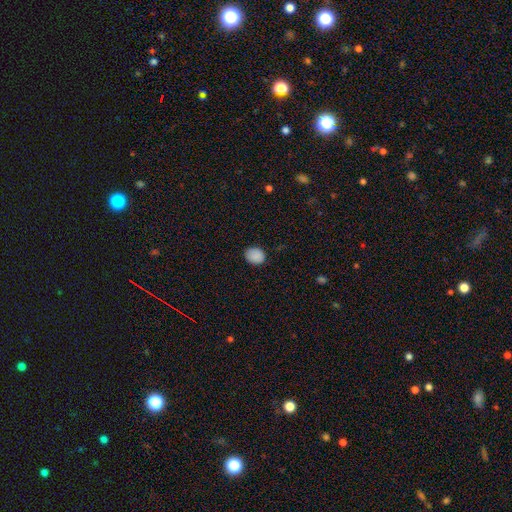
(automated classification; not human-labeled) smooth_or_featured: smooth (p=0.88) [alt: star or artifact p=0.09]
how_rounded: round (p=0.60) [alt: in between p=0.39]
merging: none (p=0.85) [alt: minor disturbance p=0.12]